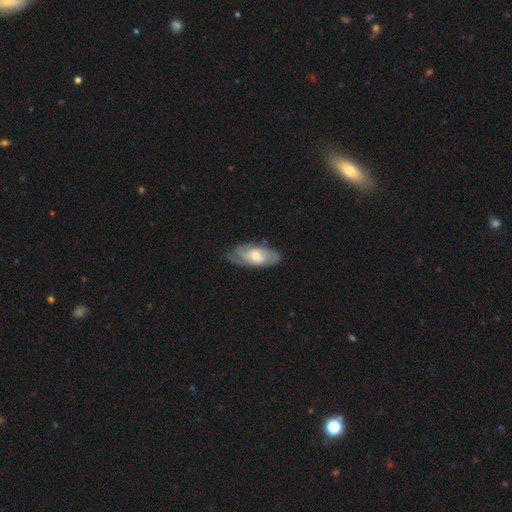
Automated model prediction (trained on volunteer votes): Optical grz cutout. It shows a featured or disk galaxy (72%) with no bar (64%), 2 (34%) tight (51%) spiral arms (91%) and a moderate central bulge (56%). Merging: none (67%).